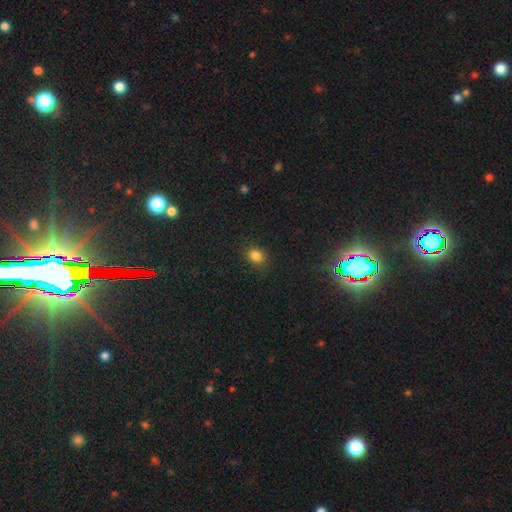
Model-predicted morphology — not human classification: A smooth galaxy with no disk features (83%) that is round (52%).

Vote fractions:
- Smooth or featured? smooth: 83% / star or artifact: 13% / featured or disk: 4%
- How rounded? round: 52% / in between: 47% / cigar-shaped: 1%
- Merging? none: 87% / minor disturbance: 9% / major disturbance: 3% / merger: 1%